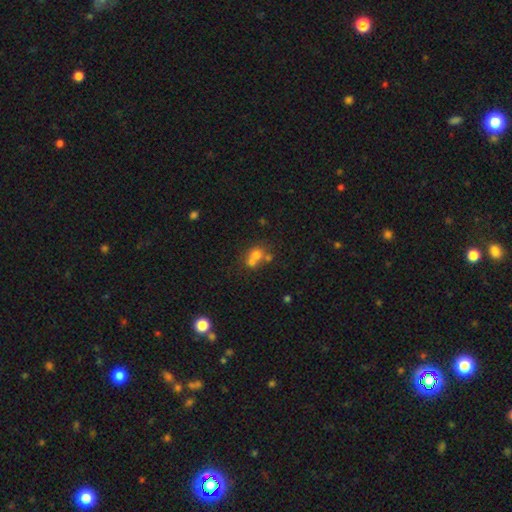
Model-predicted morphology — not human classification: A smooth galaxy with no disk features (64%) that is round (79%). Merging: merger (53%).